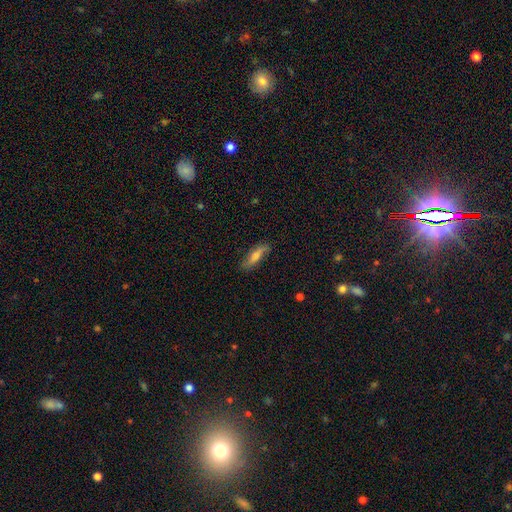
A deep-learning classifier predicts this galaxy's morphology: smooth 53%, featured or disk 39%, star or artifact 8%. Down the decision tree: how rounded — cigar-shaped (62%); merging — none (80%).